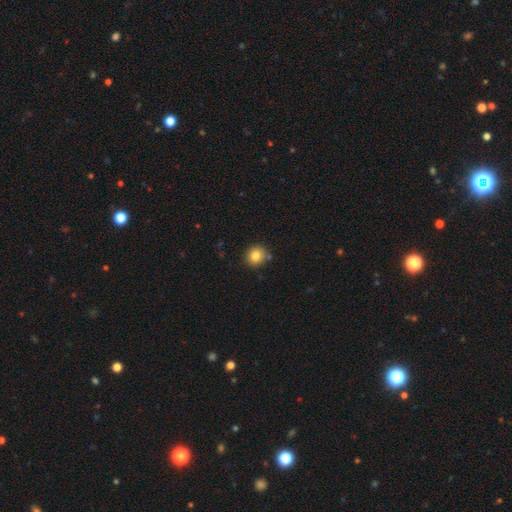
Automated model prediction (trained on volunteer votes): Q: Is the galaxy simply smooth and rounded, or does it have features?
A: smooth — 83%.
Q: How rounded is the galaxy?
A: round — 85%.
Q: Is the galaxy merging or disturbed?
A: none — 81%.